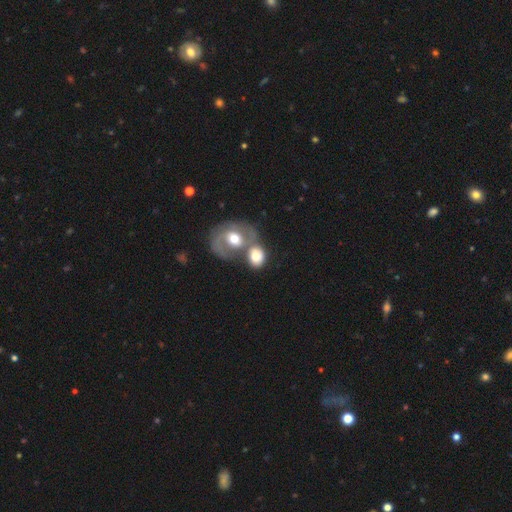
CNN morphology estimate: Overall: smooth (60%; featured or disk 33%). How rounded: in between (51%; round 48%). Merging: merger (53%; none 27%).